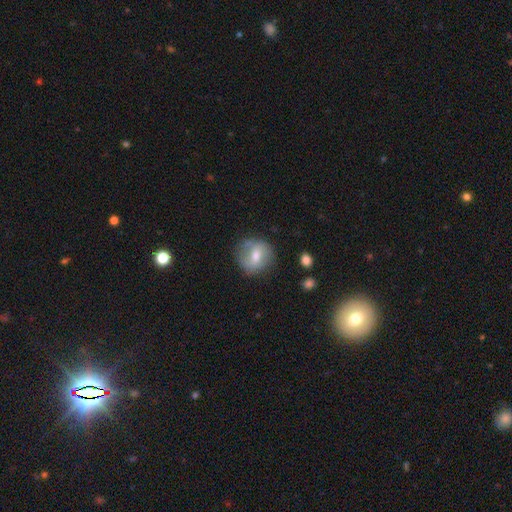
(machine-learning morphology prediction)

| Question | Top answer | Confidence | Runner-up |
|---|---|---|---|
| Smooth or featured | smooth | 60% | featured or disk (32%) |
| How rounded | round | 82% | in between (17%) |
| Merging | none | 70% | minor disturbance (21%) |